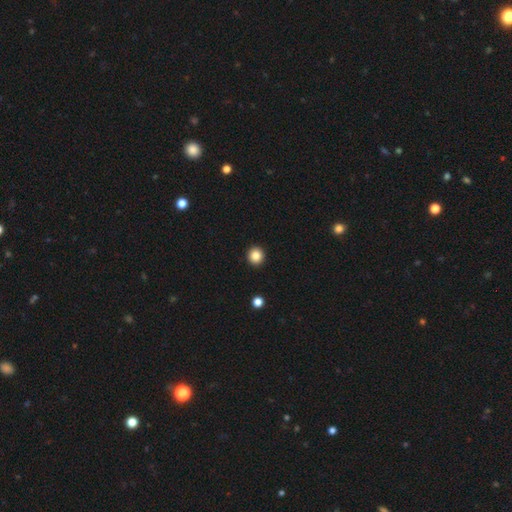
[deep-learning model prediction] Smooth or featured: smooth — 86% (star or artifact — 11%)
How rounded: round — 91% (in between — 8%)
Merging: none — 93% (minor disturbance — 4%)